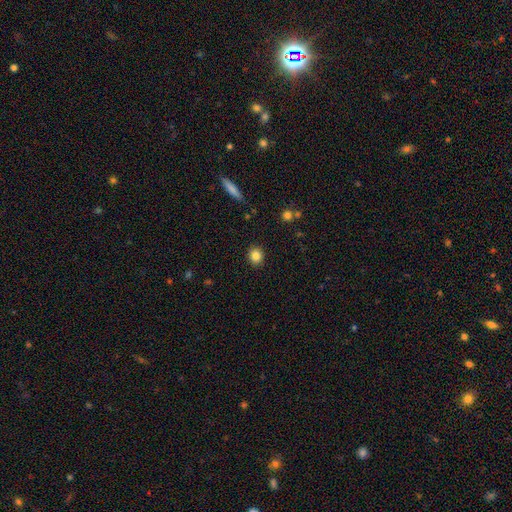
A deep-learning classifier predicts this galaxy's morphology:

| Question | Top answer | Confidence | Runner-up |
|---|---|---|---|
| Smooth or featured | smooth | 84% | star or artifact (10%) |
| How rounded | round | 80% | in between (19%) |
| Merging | none | 91% | minor disturbance (6%) |